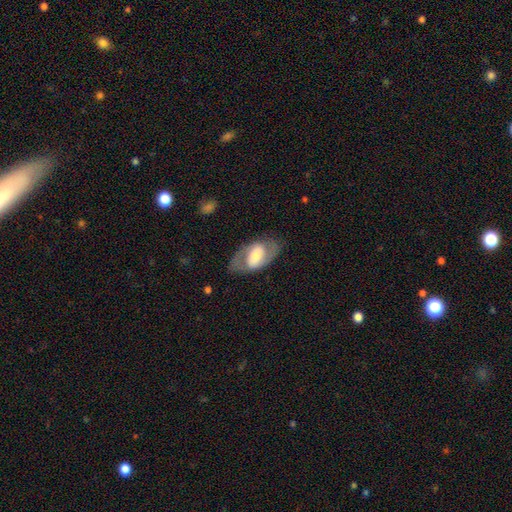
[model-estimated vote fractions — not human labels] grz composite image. It shows a featured or disk galaxy (68%) with a strong bar (41%), spiral arms (74%) and a moderate central bulge (50%). Merging: none (76%).